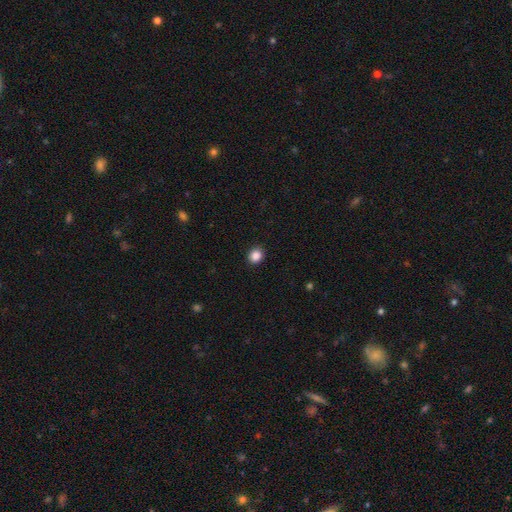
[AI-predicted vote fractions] The model was most divided on "how rounded": round: 70%, in between: 29%, cigar-shaped: 1%. More confident: merging — none (92%); smooth or featured — smooth (87%).